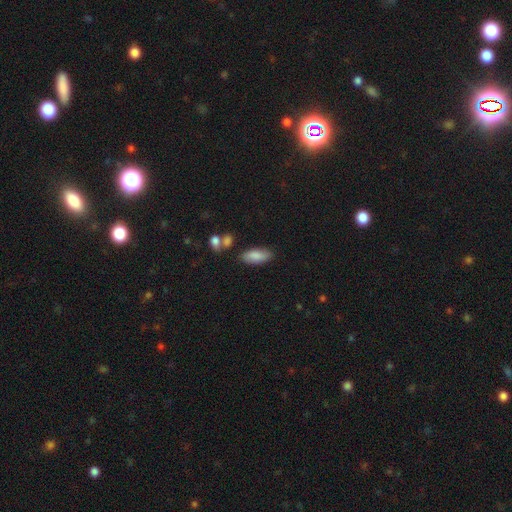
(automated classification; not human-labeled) smooth-or-featured: smooth: 83% | featured or disk: 10% | star or artifact: 7%
  how-rounded: in between: 82% | cigar-shaped: 15% | round: 2%
  merging: none: 77% | minor disturbance: 14% | merger: 6% | major disturbance: 3%